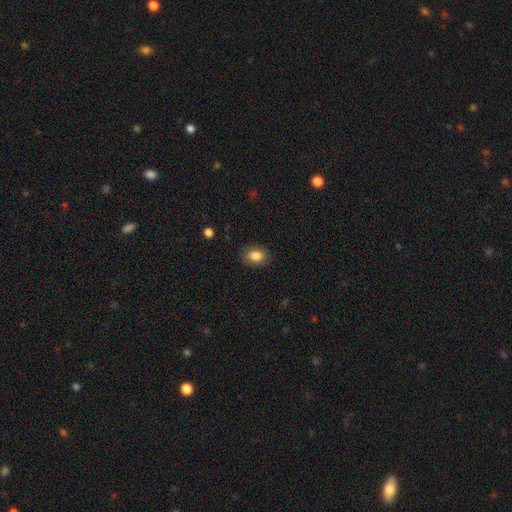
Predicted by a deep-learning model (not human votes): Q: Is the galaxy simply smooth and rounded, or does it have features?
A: smooth — 85%.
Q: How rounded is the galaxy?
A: in between — 72%.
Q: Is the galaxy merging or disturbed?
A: none — 86%.